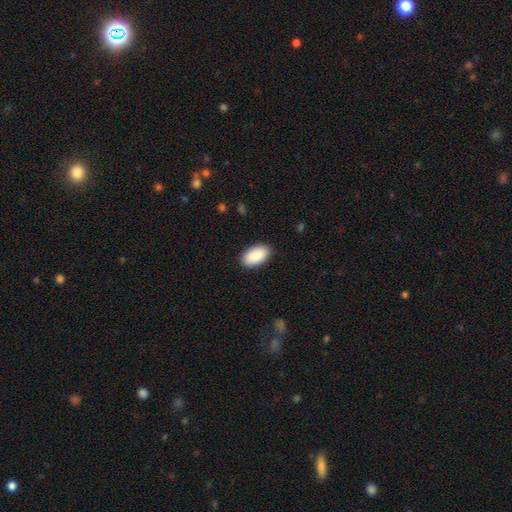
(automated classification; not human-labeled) Smooth or featured?
  - smooth: 91% *
  - star or artifact: 6%
  - featured or disk: 3%
How rounded?
  - in between: 95% *
  - round: 3%
  - cigar-shaped: 1%
Merging?
  - none: 89% *
  - minor disturbance: 8%
  - major disturbance: 2%
  - merger: 1%